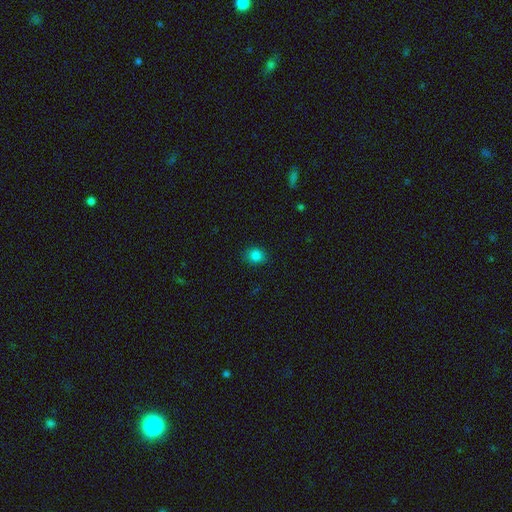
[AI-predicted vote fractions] Smooth or featured: smooth — 83% (star or artifact — 14%)
How rounded: round — 74% (in between — 25%)
Merging: none — 88% (minor disturbance — 8%)